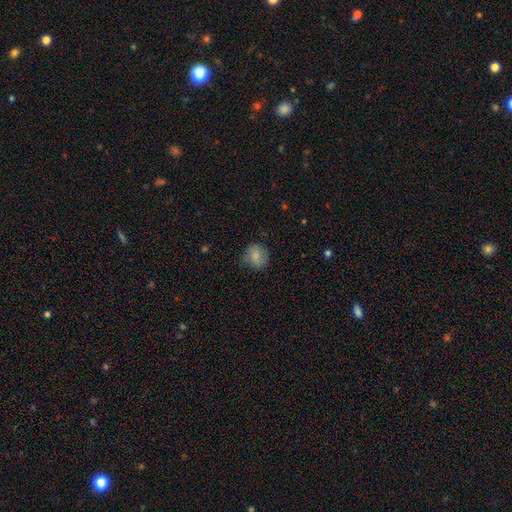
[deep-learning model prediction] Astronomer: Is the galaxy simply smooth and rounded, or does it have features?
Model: smooth — 78%.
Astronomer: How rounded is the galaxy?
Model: round — 84%.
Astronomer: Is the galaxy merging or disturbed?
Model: none — 74%.